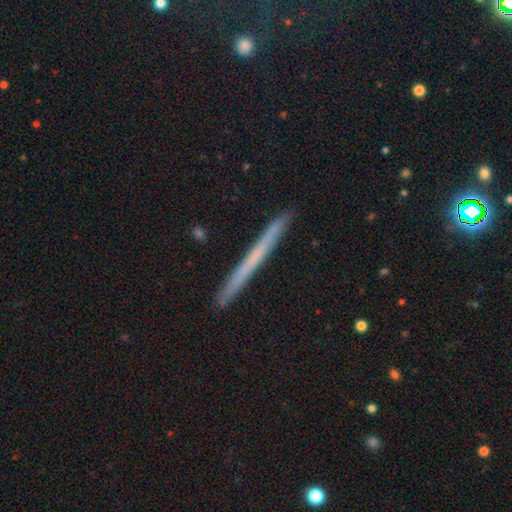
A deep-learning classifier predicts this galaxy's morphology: A smooth galaxy with no disk features (50%).

Vote fractions:
- Smooth or featured? smooth: 50% / featured or disk: 43% / star or artifact: 7%
- Merging? none: 92% / minor disturbance: 6% / major disturbance: 1% / merger: 1%